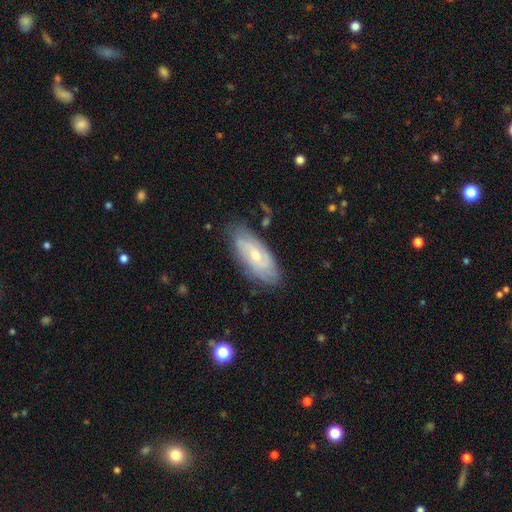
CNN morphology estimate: This is likely a featured or disk galaxy (63%). It is clearly not viewed edge-on (88%). Bar: likely no (64%). Spiral arm pattern: clearly yes (85%). Central bulge: possibly small (56%). Merging: likely none (78%).